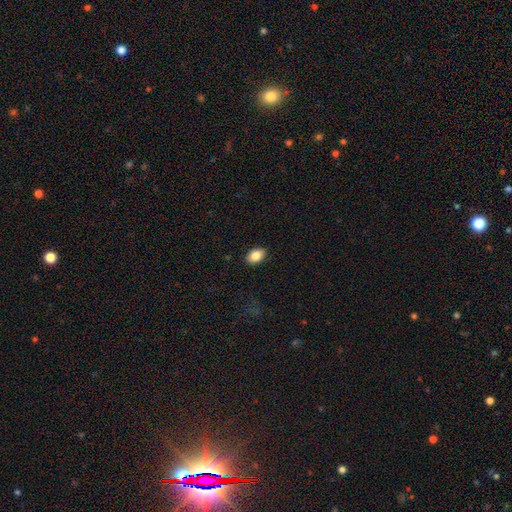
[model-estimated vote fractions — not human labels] A smooth galaxy with no disk features (85%) that is in between round and cigar-shaped (87%). Merging: none (88%).